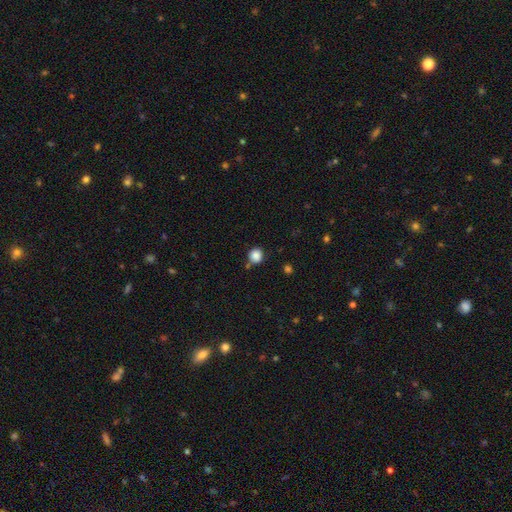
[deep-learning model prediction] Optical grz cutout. It shows a smooth galaxy with no disk features (86%) that is round (85%). Merging: none (76%).